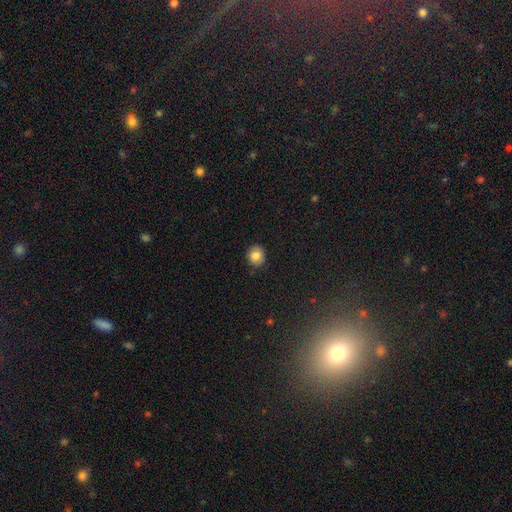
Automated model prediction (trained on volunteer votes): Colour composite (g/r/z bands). It shows a smooth galaxy with no disk features (82%) that is round (83%). Merging: none (88%).